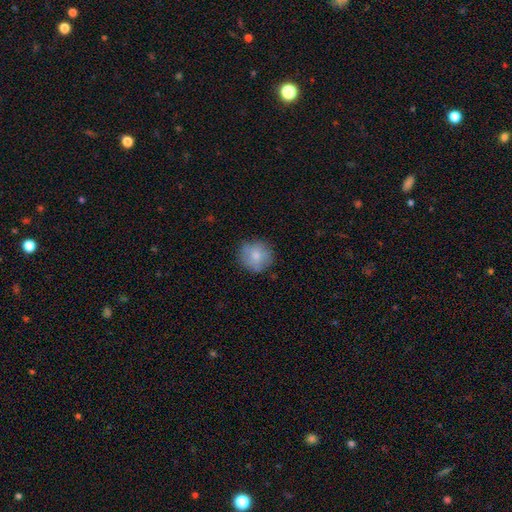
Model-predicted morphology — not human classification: type=smooth (77%); roundness=round (90%); merging=none (80%).